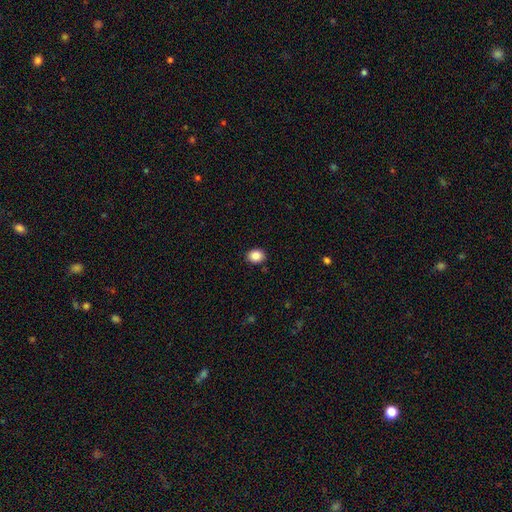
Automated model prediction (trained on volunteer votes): Smooth or featured? smooth (87%)
How rounded? round (54%)
Merging? none (88%)